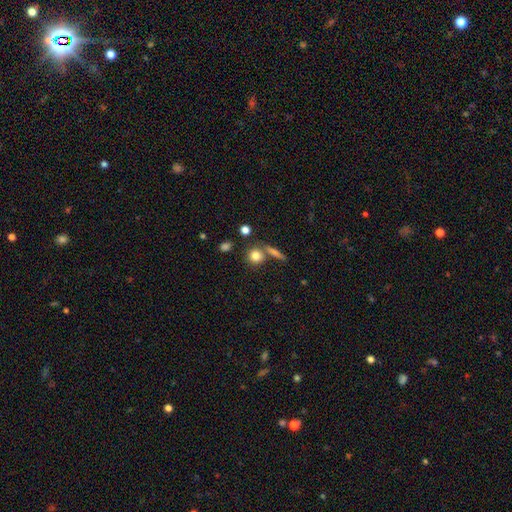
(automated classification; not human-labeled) A smooth galaxy with no disk features (80%) that is round (85%).

Vote fractions:
- Smooth or featured? smooth: 80% / star or artifact: 11% / featured or disk: 10%
- How rounded? round: 85% / in between: 12% / cigar-shaped: 3%
- Merging? none: 69% / merger: 17% / minor disturbance: 10% / major disturbance: 4%